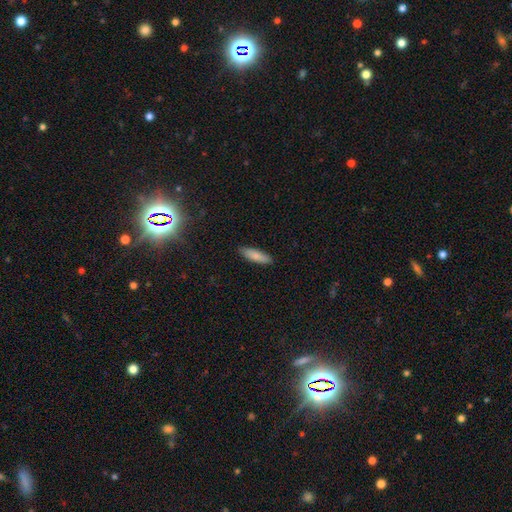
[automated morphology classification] This is clearly a smooth galaxy (83%). How rounded: possibly cigar-shaped (59%). Merging: clearly none (89%).